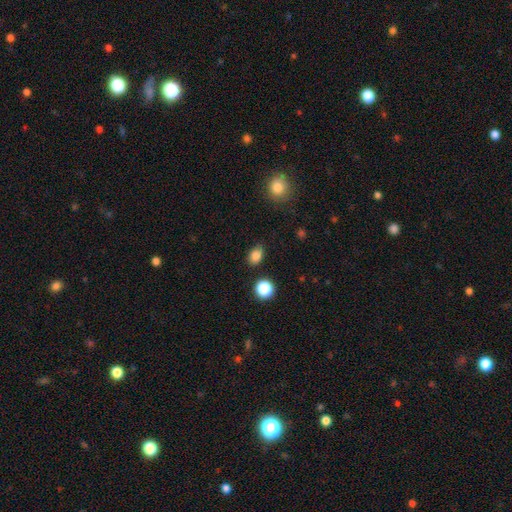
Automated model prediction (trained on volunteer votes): Smooth or featured: smooth — 84% (star or artifact — 12%)
How rounded: in between — 75% (round — 24%)
Merging: none — 81% (minor disturbance — 13%)